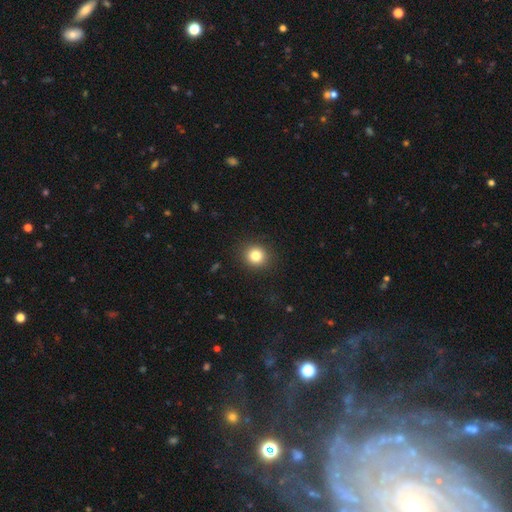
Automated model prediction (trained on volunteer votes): This is clearly a smooth galaxy (82%). How rounded: clearly round (88%). Merging: clearly none (90%).